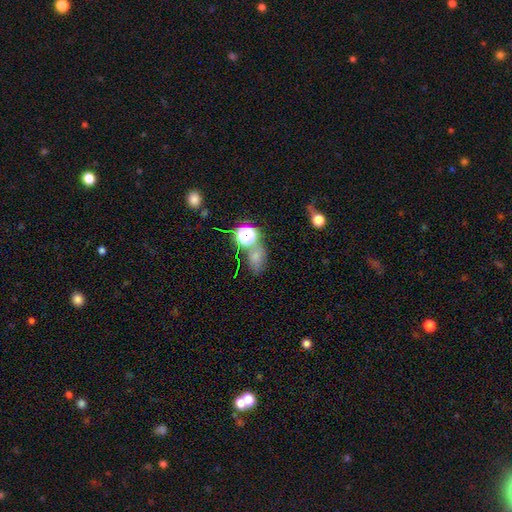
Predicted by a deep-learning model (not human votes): Q: Smooth or featured?
A: smooth (61%); runner-up: star or artifact (29%)
Q: How rounded?
A: in between (63%); runner-up: round (34%)
Q: Merging?
A: none (54%); runner-up: merger (22%)